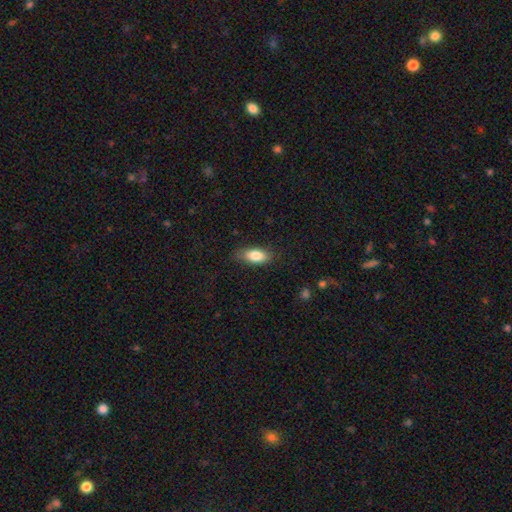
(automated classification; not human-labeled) smooth 83%, featured or disk 10%, star or artifact 7%. Down the decision tree: how rounded — in between (84%); merging — none (79%).